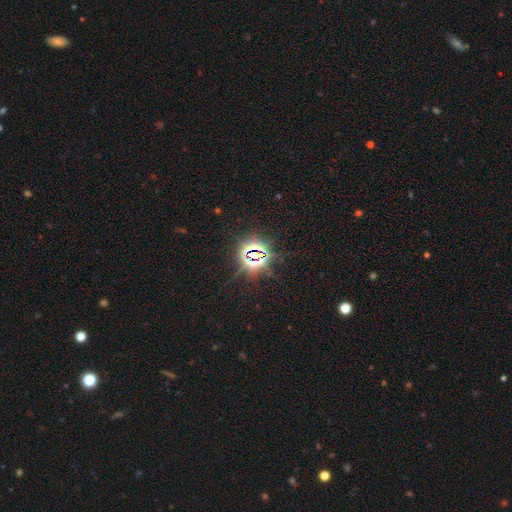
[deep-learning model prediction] Overall: star or artifact (83%).